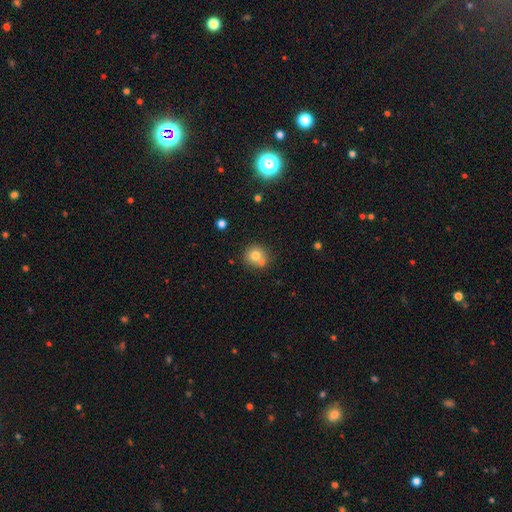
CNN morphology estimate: smooth 75%, featured or disk 13%, star or artifact 12%. Down the decision tree: how rounded — round (88%); merging — none (60%).